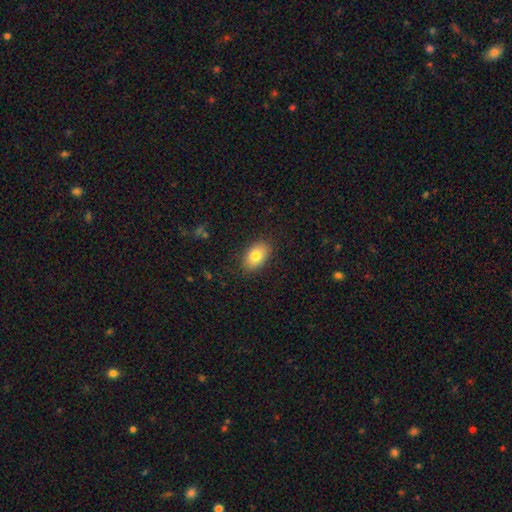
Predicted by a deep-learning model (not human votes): Smooth or featured?
  - smooth: 80% *
  - featured or disk: 12%
  - star or artifact: 8%
How rounded?
  - in between: 86% *
  - round: 12%
  - cigar-shaped: 1%
Merging?
  - none: 86% *
  - minor disturbance: 11%
  - major disturbance: 3%
  - merger: 1%